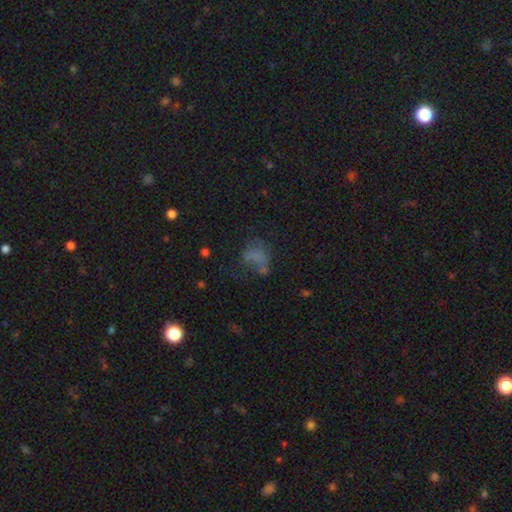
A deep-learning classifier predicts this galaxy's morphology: Smooth or featured? Predicted: smooth (p=0.51). How rounded? Predicted: in between (p=0.64). Merging? Predicted: major disturbance (p=0.36).